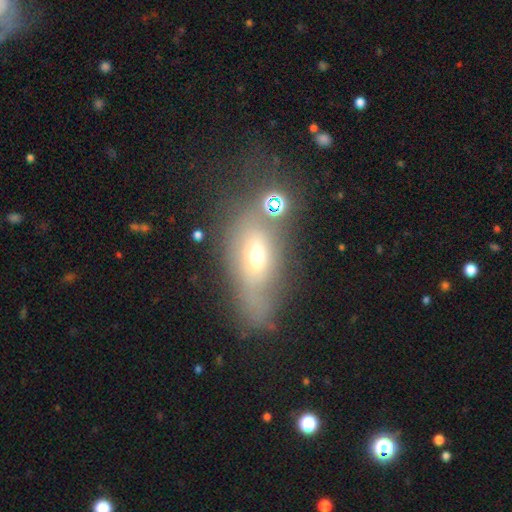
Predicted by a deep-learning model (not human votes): smooth_or_featured: smooth (p=0.51) [alt: featured or disk p=0.34]
how_rounded: in between (p=0.70) [alt: cigar-shaped p=0.19]
merging: none (p=0.39) [alt: merger p=0.22]